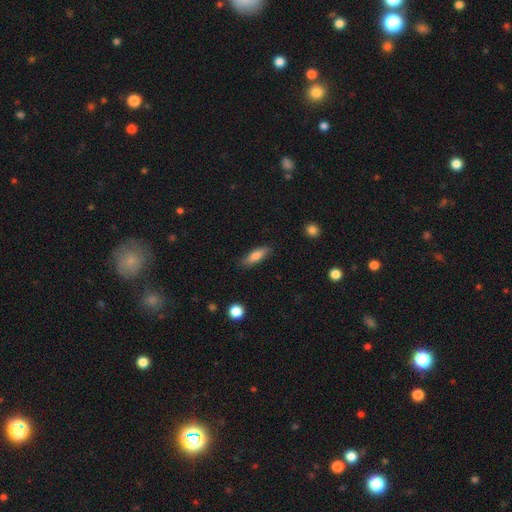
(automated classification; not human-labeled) Smooth or featured: smooth — 78% (featured or disk — 15%)
How rounded: in between — 54% (cigar-shaped — 43%)
Merging: none — 82% (minor disturbance — 14%)